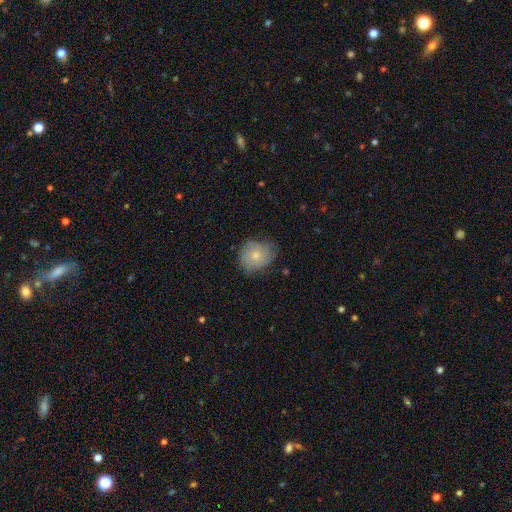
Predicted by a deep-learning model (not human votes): The model was most divided on "how rounded": round: 64%, in between: 35%, cigar-shaped: 1%. More confident: smooth or featured — smooth (66%); merging — none (60%).